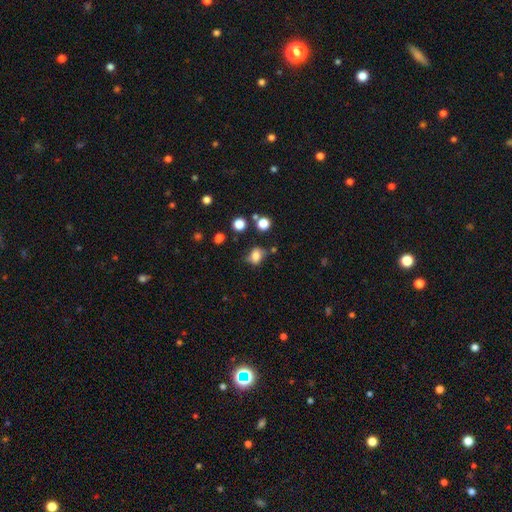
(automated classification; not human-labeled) A smooth galaxy with no disk features (79%) that is in between round and cigar-shaped (56%).

Vote fractions:
- Smooth or featured? smooth: 79% / star or artifact: 13% / featured or disk: 8%
- How rounded? in between: 56% / round: 43% / cigar-shaped: 1%
- Merging? none: 64% / minor disturbance: 23% / major disturbance: 7% / merger: 6%